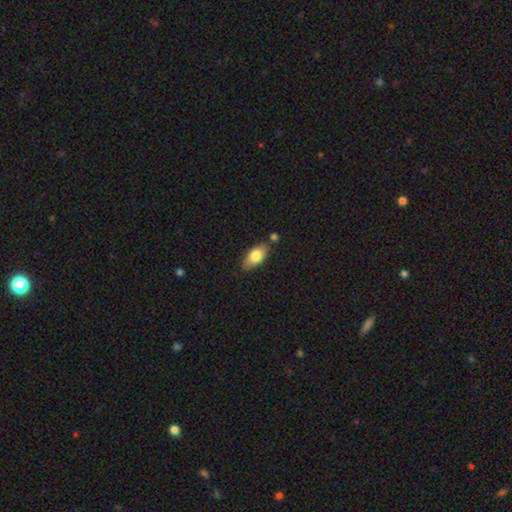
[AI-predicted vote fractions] Smooth or featured?
  - smooth: 78% *
  - featured or disk: 16%
  - star or artifact: 7%
How rounded?
  - in between: 90% *
  - cigar-shaped: 7%
  - round: 4%
Merging?
  - none: 76% *
  - minor disturbance: 14%
  - merger: 7%
  - major disturbance: 3%